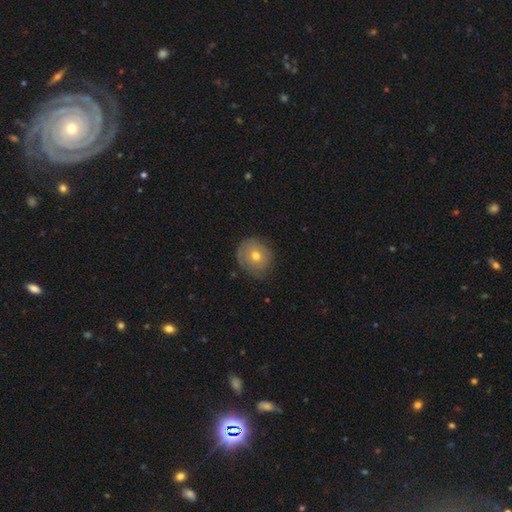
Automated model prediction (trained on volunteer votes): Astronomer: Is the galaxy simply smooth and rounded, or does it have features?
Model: smooth — 62%.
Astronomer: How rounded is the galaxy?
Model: round — 86%.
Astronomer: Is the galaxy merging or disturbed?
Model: none — 72%.